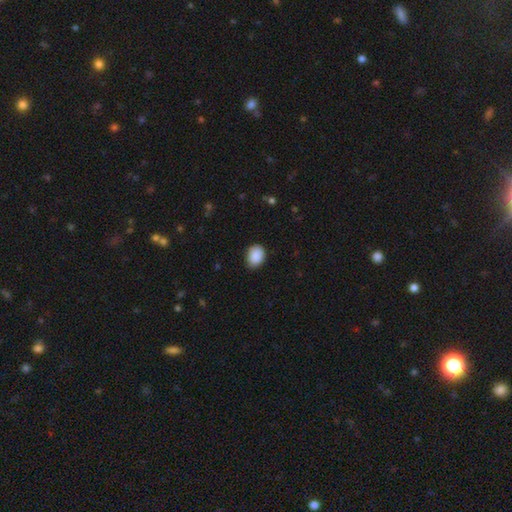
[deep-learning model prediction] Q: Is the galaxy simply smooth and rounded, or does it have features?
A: smooth — 90%.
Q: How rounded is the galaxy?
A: in between — 66%.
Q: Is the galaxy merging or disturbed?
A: none — 82%.